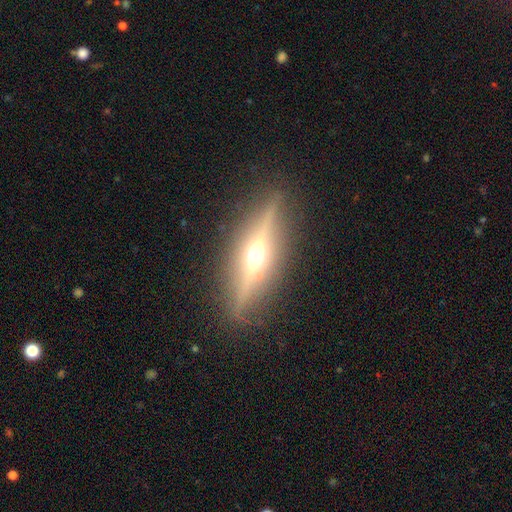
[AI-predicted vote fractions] A featured or disk galaxy (77%) viewed edge-on (94%) with a rounded central bulge (93%). Merging: none (86%).